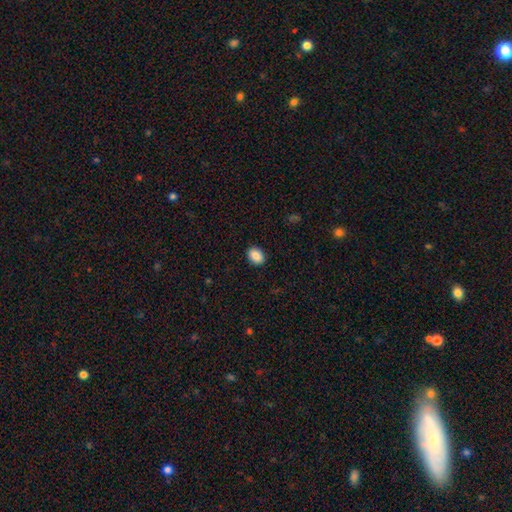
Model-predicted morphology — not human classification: smooth-or-featured: smooth: 88% | star or artifact: 8% | featured or disk: 4%
  how-rounded: in between: 67% | round: 32% | cigar-shaped: 1%
  merging: none: 90% | minor disturbance: 7% | major disturbance: 2% | merger: 1%